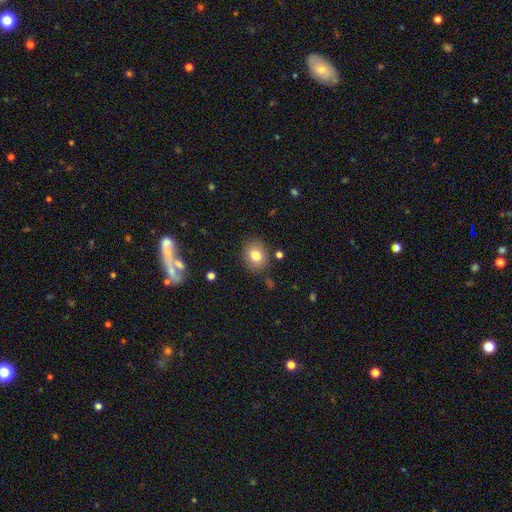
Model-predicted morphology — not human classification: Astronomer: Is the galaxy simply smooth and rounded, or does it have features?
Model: smooth — 80%.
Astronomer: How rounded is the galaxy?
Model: round — 66%.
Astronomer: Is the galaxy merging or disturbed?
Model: none — 85%.